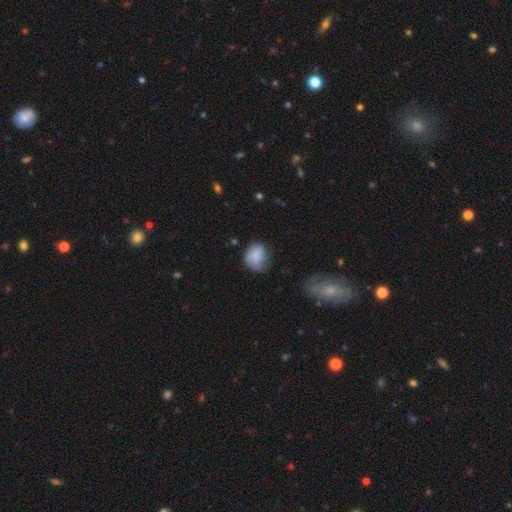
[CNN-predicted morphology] A smooth galaxy with no disk features (73%) that is round (53%).

Vote fractions:
- Smooth or featured? smooth: 73% / featured or disk: 19% / star or artifact: 8%
- How rounded? round: 53% / in between: 46% / cigar-shaped: 1%
- Merging? none: 49% / minor disturbance: 35% / major disturbance: 14% / merger: 2%